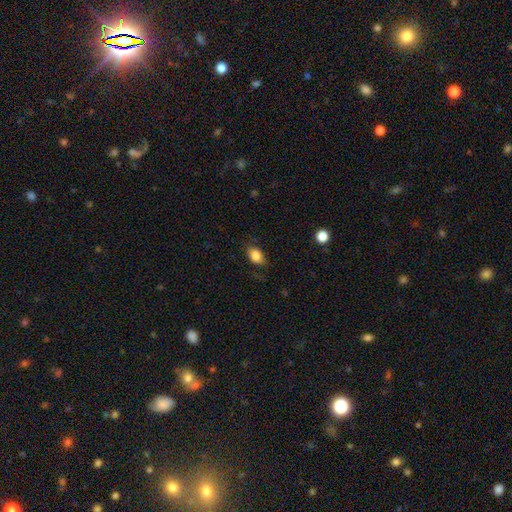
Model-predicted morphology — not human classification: This is clearly a smooth galaxy (84%). How rounded: clearly in between (81%). Merging: likely none (78%).